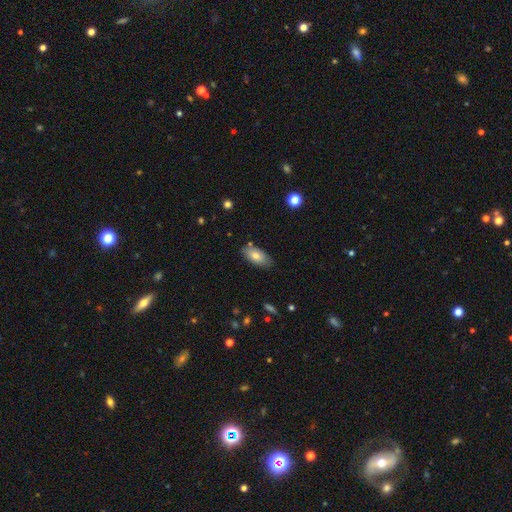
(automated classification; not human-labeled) Q: Smooth or featured?
A: smooth (78%); runner-up: featured or disk (15%)
Q: How rounded?
A: in between (90%); runner-up: cigar-shaped (7%)
Q: Merging?
A: none (80%); runner-up: minor disturbance (15%)